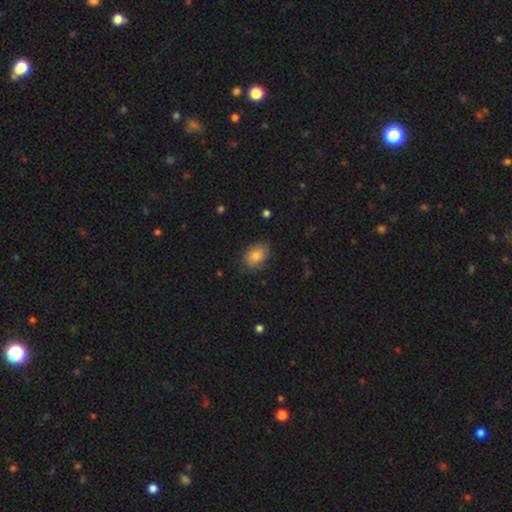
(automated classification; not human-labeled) Smooth or featured? smooth (79%)
How rounded? in between (77%)
Merging? none (77%)